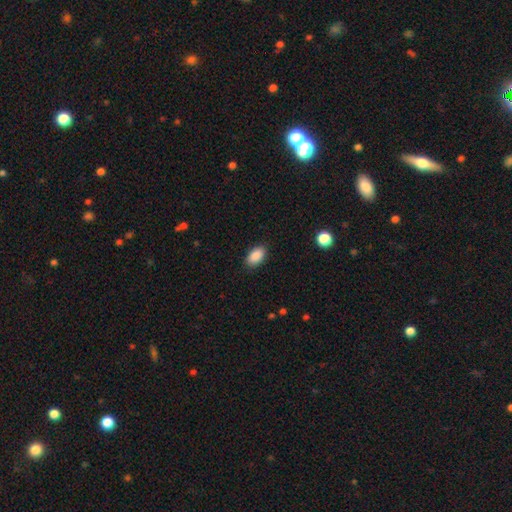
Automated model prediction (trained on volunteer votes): Overall: smooth (90%). How rounded: in between (93%). Merging: none (88%).